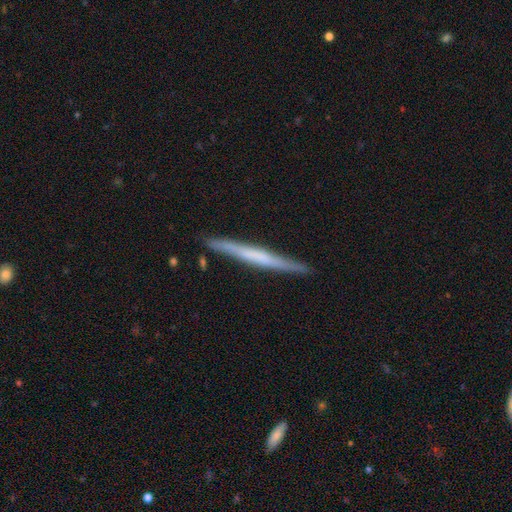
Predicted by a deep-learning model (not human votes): A featured or disk galaxy (56%) viewed edge-on (97%) with no central bulge (66%).

Vote fractions:
- Smooth or featured? featured or disk: 56% / smooth: 38% / star or artifact: 6%
- Edge-on disk? yes: 97% / no: 3%
- Edge-on bulge? none: 66% / rounded: 19% / boxy: 15%
- Merging? none: 89% / minor disturbance: 8% / major disturbance: 1% / merger: 1%